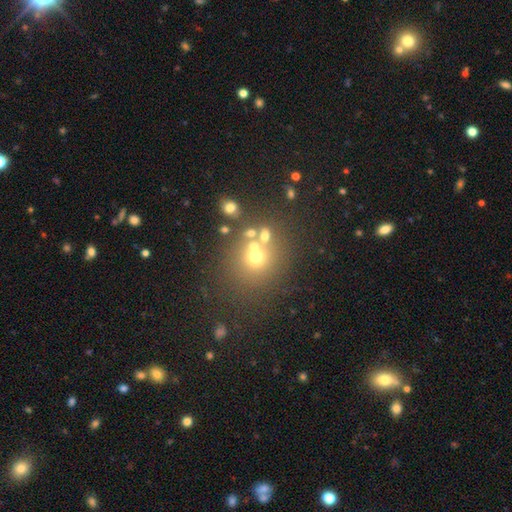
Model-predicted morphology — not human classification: smooth 54%, star or artifact 32%, featured or disk 14%. Down the decision tree: how rounded — round (81%); merging — none (65%).